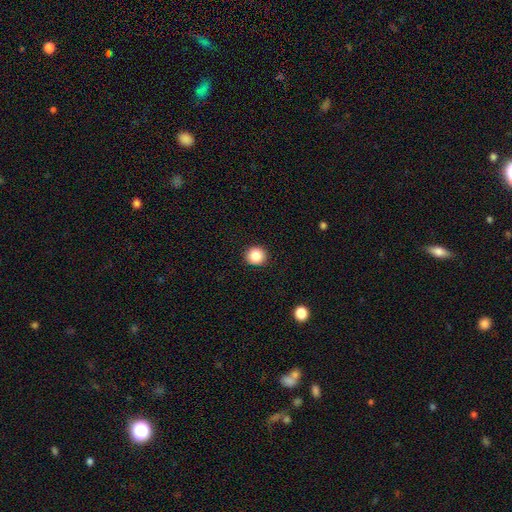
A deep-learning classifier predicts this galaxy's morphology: This is clearly a smooth galaxy (87%). How rounded: clearly round (93%). Merging: clearly none (92%).